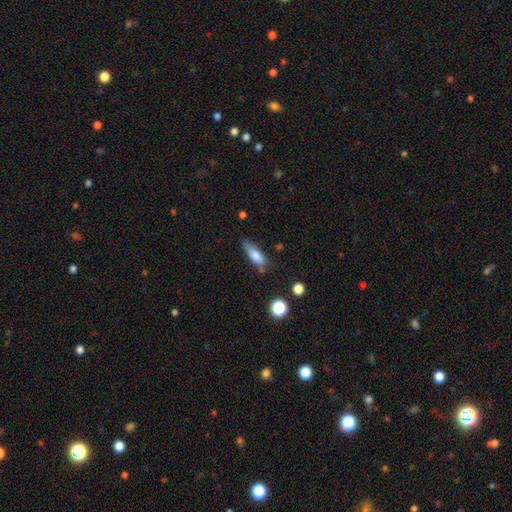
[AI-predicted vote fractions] Overall: smooth (73%). How rounded: in between (55%; cigar-shaped 42%). Merging: none (58%; minor disturbance 28%).